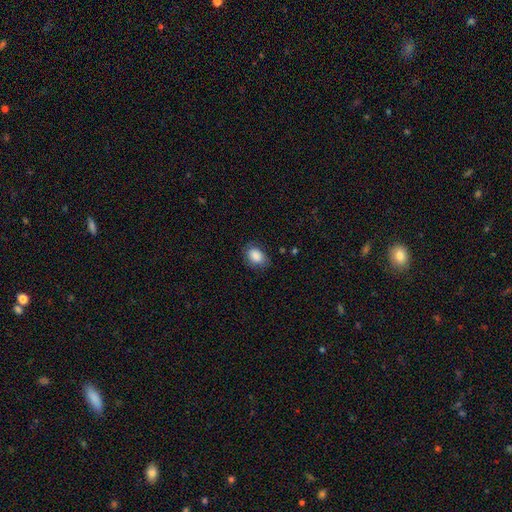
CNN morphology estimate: smooth_or_featured: smooth (p=0.87) [alt: star or artifact p=0.07]
how_rounded: in between (p=0.78) [alt: round p=0.21]
merging: none (p=0.72) [alt: minor disturbance p=0.22]